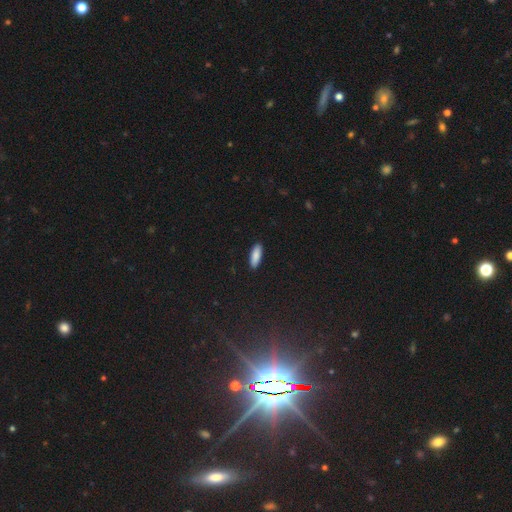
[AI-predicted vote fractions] Smooth or featured? Predicted: smooth (p=0.87). How rounded? Predicted: in between (p=0.58). Merging? Predicted: none (p=0.90).